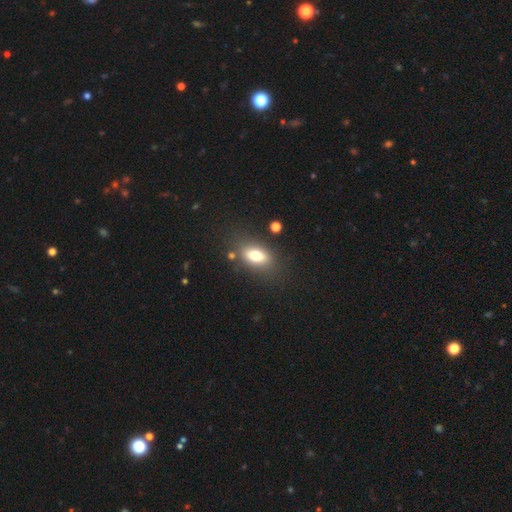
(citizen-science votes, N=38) Smooth or featured: smooth — 95% (featured or disk — 3%)
How rounded: in between — 92% (round — 6%)
Merging: none — 86% (minor disturbance — 11%)